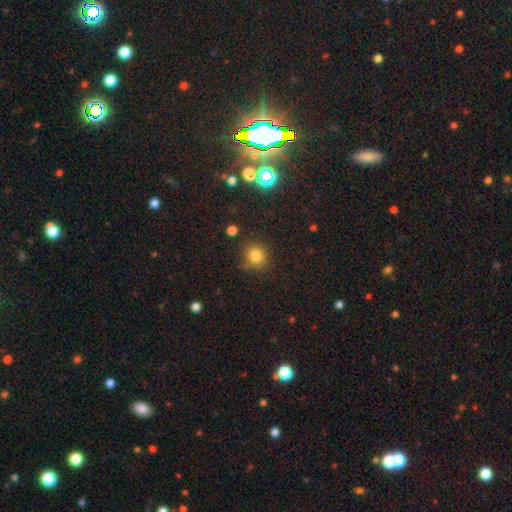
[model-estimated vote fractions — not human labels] Overall: smooth (79%). How rounded: round (85%). Merging: none (79%).